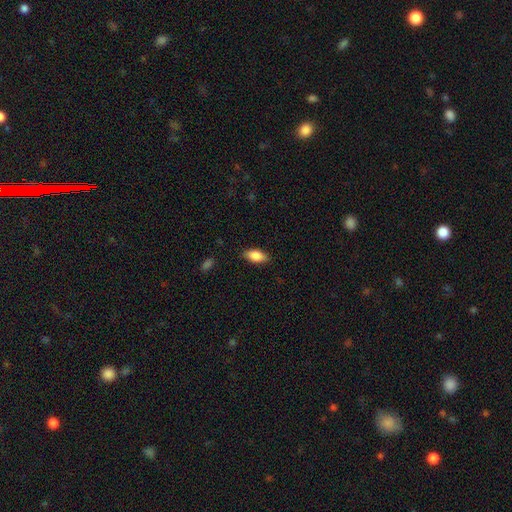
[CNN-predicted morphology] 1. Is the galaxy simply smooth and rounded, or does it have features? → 86% smooth, 7% star or artifact, 7% featured or disk.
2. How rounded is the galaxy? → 90% in between, 6% cigar-shaped, 3% round.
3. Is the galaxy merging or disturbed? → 84% none, 12% minor disturbance, 3% major disturbance, 1% merger.